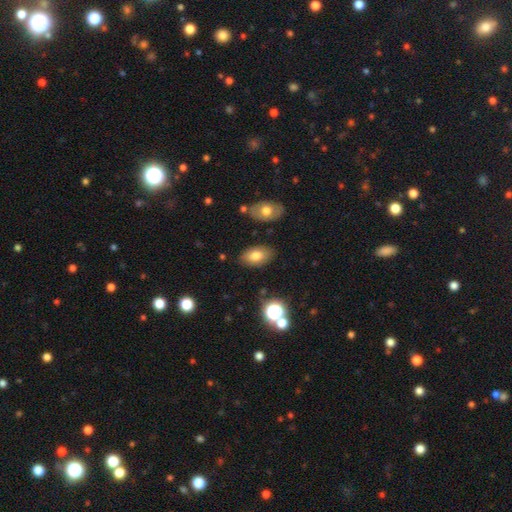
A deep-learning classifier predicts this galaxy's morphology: A smooth galaxy with no disk features (76%) that is in between round and cigar-shaped (92%). Merging: none (81%).